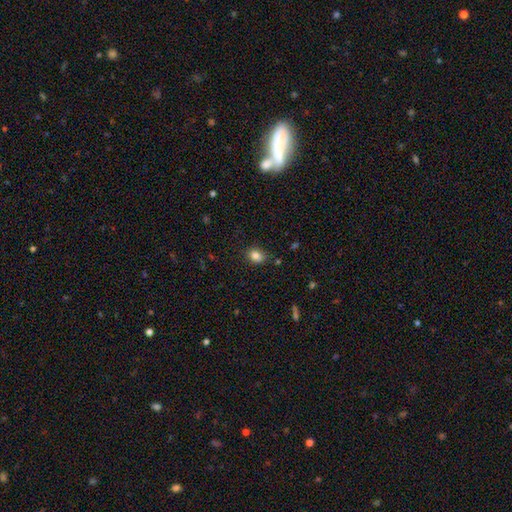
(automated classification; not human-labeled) Morphology: type=smooth (83%); roundness=in between (57%); merging=none (79%).